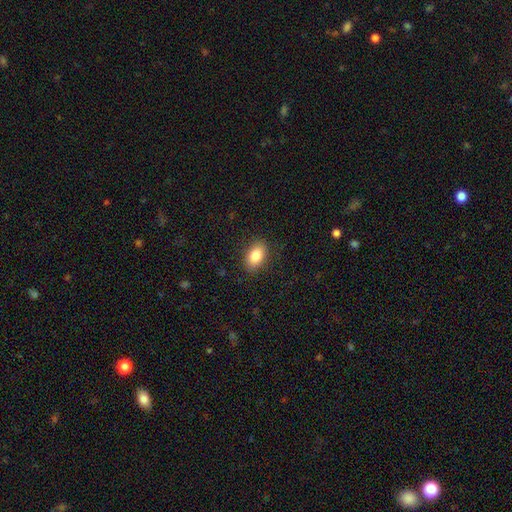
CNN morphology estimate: smooth_or_featured: smooth (p=0.84) [alt: featured or disk p=0.08]
how_rounded: in between (p=0.88) [alt: round p=0.10]
merging: none (p=0.88) [alt: minor disturbance p=0.09]